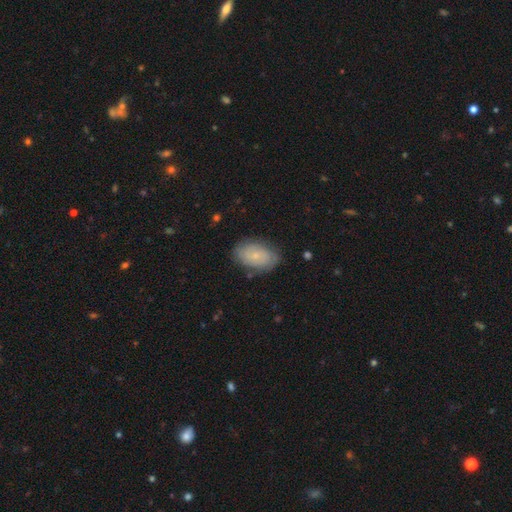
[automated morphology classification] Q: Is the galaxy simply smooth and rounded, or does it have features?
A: smooth — 50%.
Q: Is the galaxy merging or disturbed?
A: none — 77%.